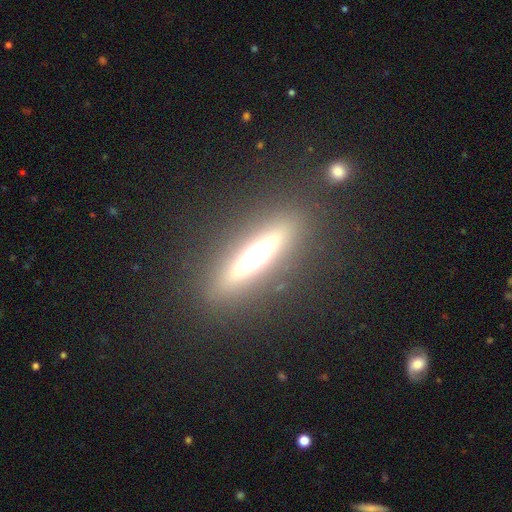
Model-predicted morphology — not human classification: Smooth or featured? Predicted: featured or disk (p=0.63). Edge-on disk? Predicted: yes (p=0.92). Edge-on bulge? Predicted: rounded (p=0.85). Merging? Predicted: none (p=0.88).